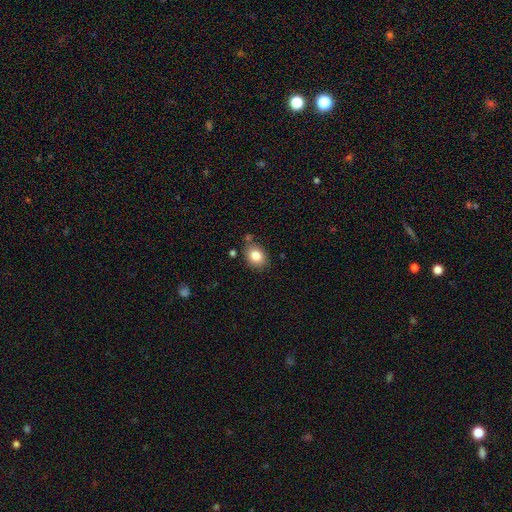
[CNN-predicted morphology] This appears to be a smooth galaxy with no disk features (83%) that is in between round and cigar-shaped (59%). Merging: none (75%).